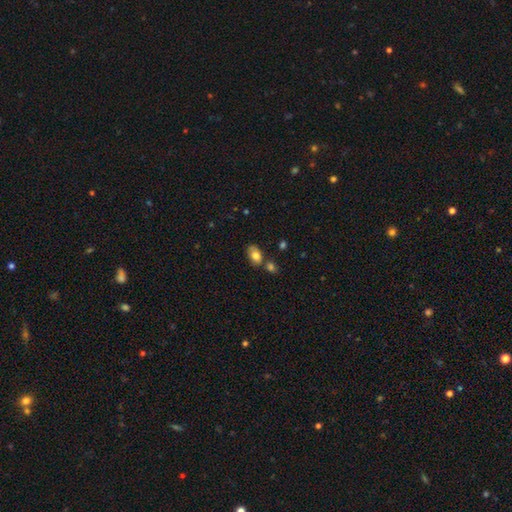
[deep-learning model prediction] Smooth or featured?
  - smooth: 79% *
  - featured or disk: 13%
  - star or artifact: 9%
How rounded?
  - in between: 86% *
  - round: 12%
  - cigar-shaped: 2%
Merging?
  - none: 58% *
  - minor disturbance: 19%
  - merger: 19%
  - major disturbance: 5%